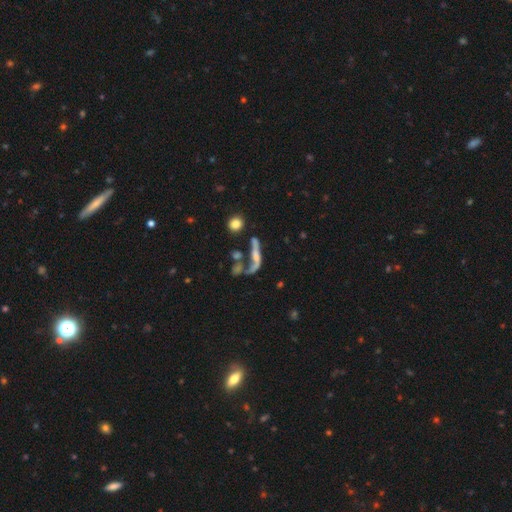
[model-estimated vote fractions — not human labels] Smooth or featured? Predicted: featured or disk (p=0.58). Edge-on disk? Predicted: no (p=0.67). Merging? Predicted: merger (p=0.32).